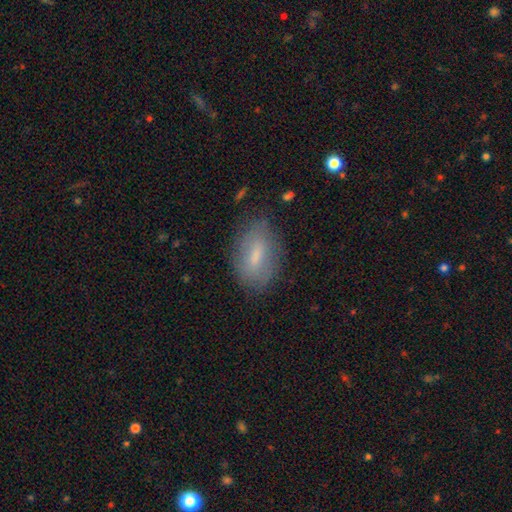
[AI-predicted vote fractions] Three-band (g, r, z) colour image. It shows a smooth galaxy with no disk features (65%) that is in between round and cigar-shaped (88%). Merging: none (76%).